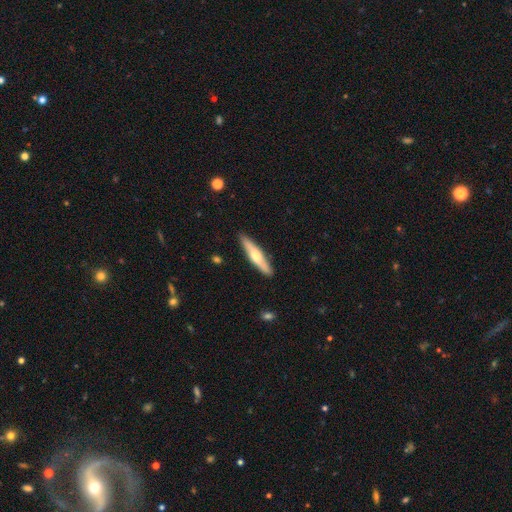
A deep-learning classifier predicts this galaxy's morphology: This appears to be a featured or disk galaxy (49%). Merging: none (89%).